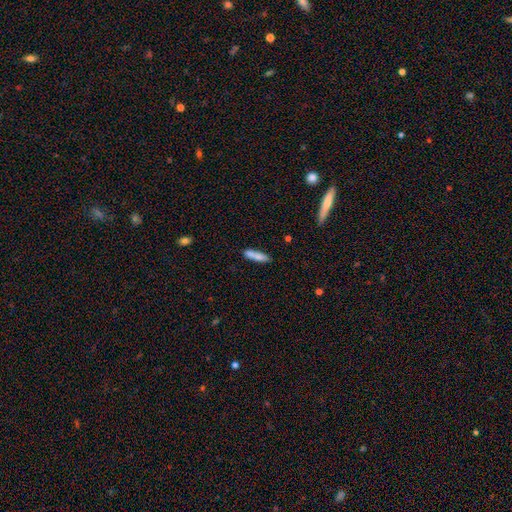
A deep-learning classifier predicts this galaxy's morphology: Smooth or featured?
  - smooth: 79% *
  - featured or disk: 14%
  - star or artifact: 7%
How rounded?
  - cigar-shaped: 75% *
  - in between: 23%
  - round: 2%
Merging?
  - none: 69% *
  - minor disturbance: 17%
  - merger: 11%
  - major disturbance: 4%